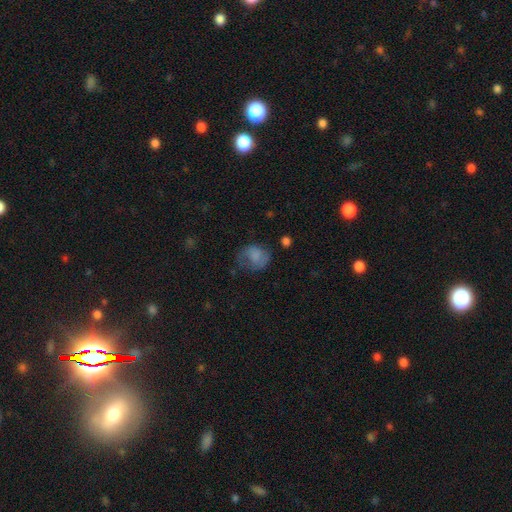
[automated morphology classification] smooth 62%, featured or disk 28%, star or artifact 10%. Down the decision tree: how rounded — round (58%); merging — none (47%).